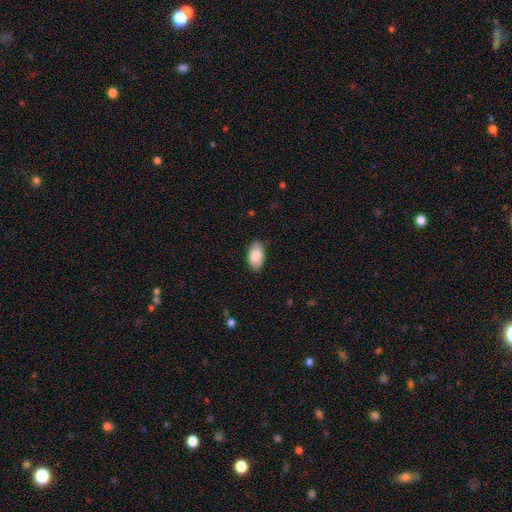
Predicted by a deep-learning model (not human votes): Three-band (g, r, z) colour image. It shows a smooth galaxy with no disk features (86%) that is in between round and cigar-shaped (95%). Merging: none (86%).